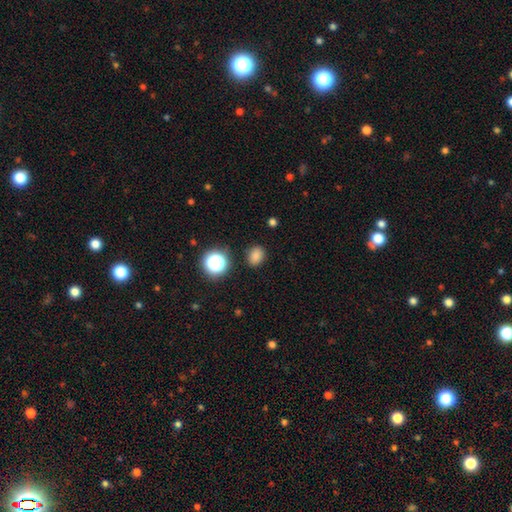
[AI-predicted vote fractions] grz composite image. It shows a smooth galaxy with no disk features (81%) that is in between round and cigar-shaped (52%). Merging: none (85%).